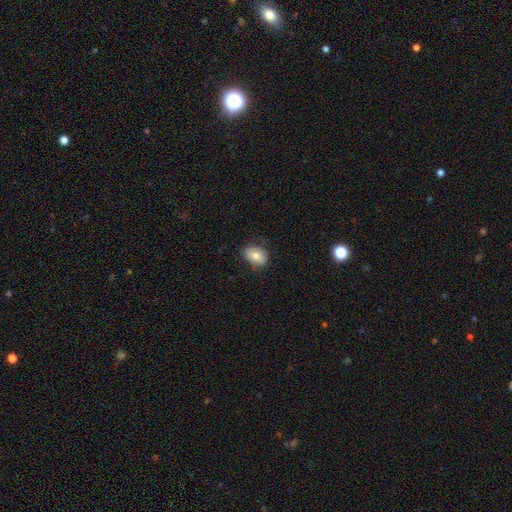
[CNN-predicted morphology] A smooth galaxy with no disk features (74%) that is in between round and cigar-shaped (74%). Merging: none (72%).